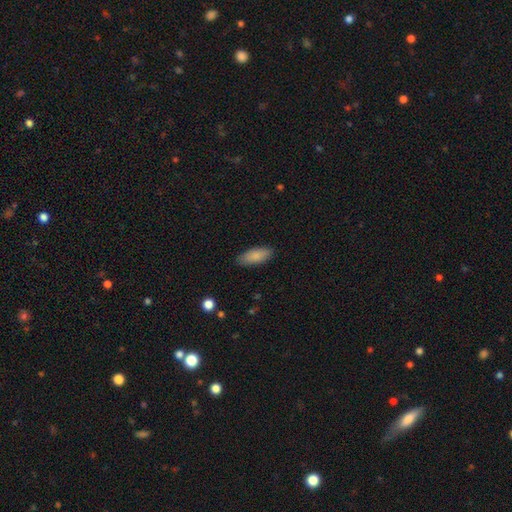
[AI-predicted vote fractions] Overall: smooth (86%). How rounded: in between (78%). Merging: none (86%).